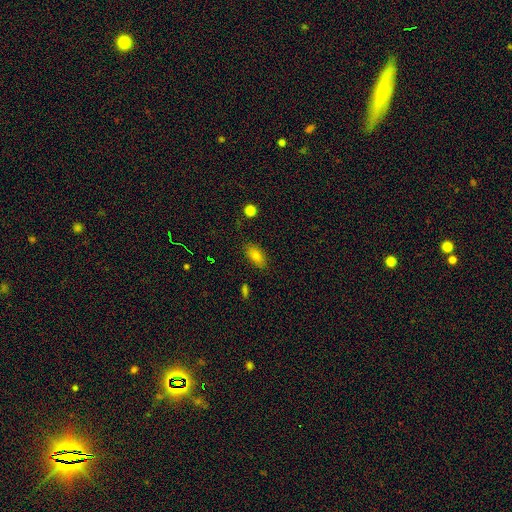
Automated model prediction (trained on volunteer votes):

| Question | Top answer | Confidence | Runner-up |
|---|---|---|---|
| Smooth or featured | smooth | 78% | featured or disk (11%) |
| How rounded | in between | 88% | cigar-shaped (6%) |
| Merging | none | 84% | minor disturbance (12%) |